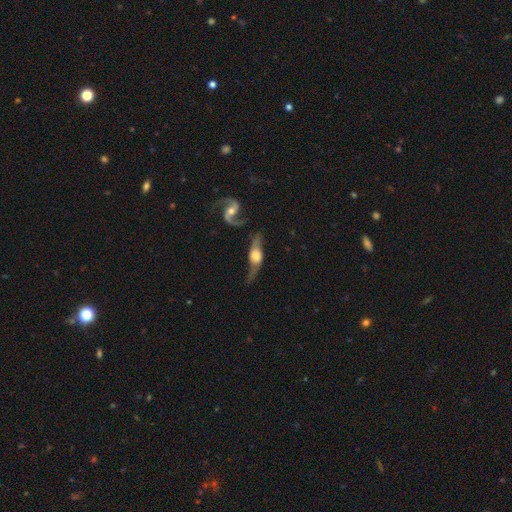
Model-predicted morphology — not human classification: Smooth or featured? featured or disk (76%)
Edge-on disk? yes (63%)
Merging? none (52%)